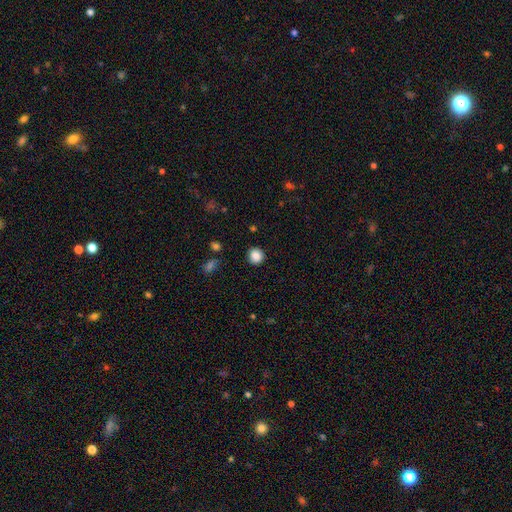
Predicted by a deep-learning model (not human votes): This appears to be a smooth galaxy with no disk features (87%) that is round (90%). Merging: none (90%).